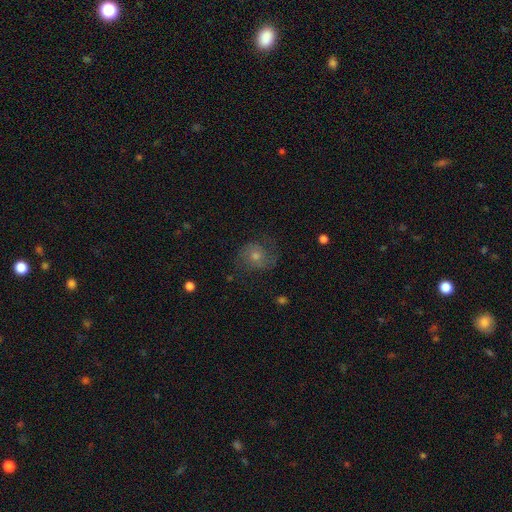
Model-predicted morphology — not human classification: Q: Smooth or featured?
A: featured or disk (58%); runner-up: smooth (26%)
Q: Edge-on disk?
A: no (97%); runner-up: yes (3%)
Q: Bar?
A: no (75%); runner-up: weak (22%)
Q: Spiral arms?
A: yes (88%); runner-up: no (12%)
Q: Bulge size?
A: moderate (53%); runner-up: small (37%)
Q: Merging?
A: none (71%); runner-up: minor disturbance (16%)